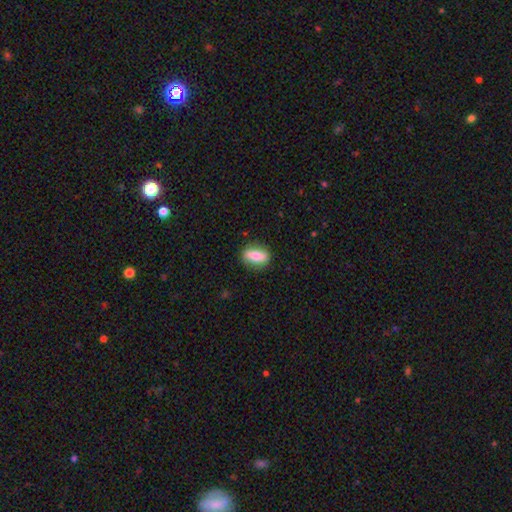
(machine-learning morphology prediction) Smooth or featured?
  - smooth: 71% *
  - featured or disk: 22%
  - star or artifact: 7%
How rounded?
  - in between: 71% *
  - cigar-shaped: 20%
  - round: 9%
Merging?
  - none: 83% *
  - minor disturbance: 12%
  - major disturbance: 3%
  - merger: 1%